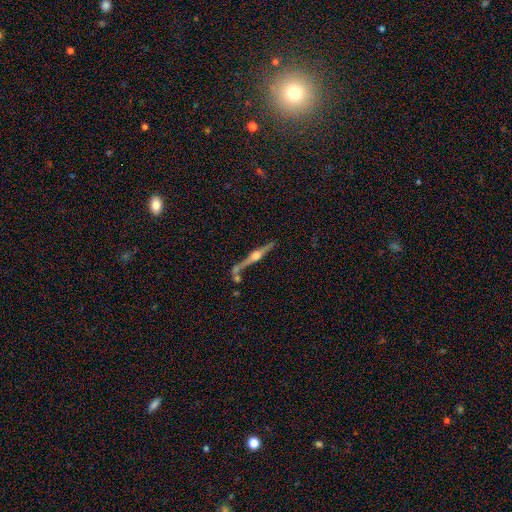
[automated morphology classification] This is clearly a featured or disk galaxy (84%). It is clearly viewed edge-on (98%). Edge-on bulge: clearly rounded (95%). Merging: likely none (74%).